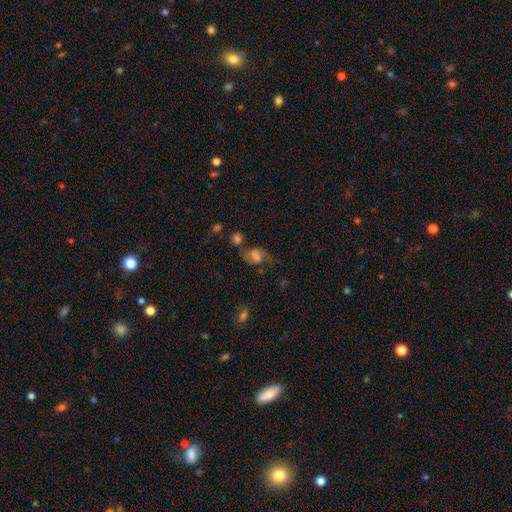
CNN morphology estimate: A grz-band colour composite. It shows a featured or disk galaxy (47%). Merging: none (50%).